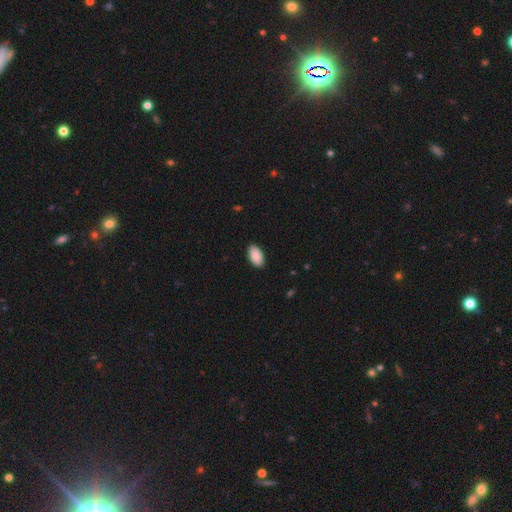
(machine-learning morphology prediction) smooth-or-featured: smooth: 91% | star or artifact: 6% | featured or disk: 3%
  how-rounded: in between: 96% | round: 3% | cigar-shaped: 2%
  merging: none: 89% | minor disturbance: 8% | major disturbance: 2% | merger: 1%